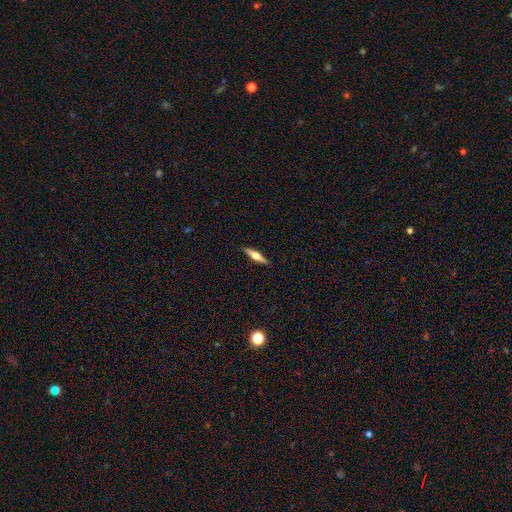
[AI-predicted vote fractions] A featured or disk galaxy (58%) viewed edge-on (97%) with a rounded central bulge (89%).

Vote fractions:
- Smooth or featured? featured or disk: 58% / smooth: 36% / star or artifact: 6%
- Edge-on disk? yes: 97% / no: 3%
- Edge-on bulge? rounded: 89% / boxy: 7% / none: 4%
- Merging? none: 90% / minor disturbance: 7% / major disturbance: 2% / merger: 1%